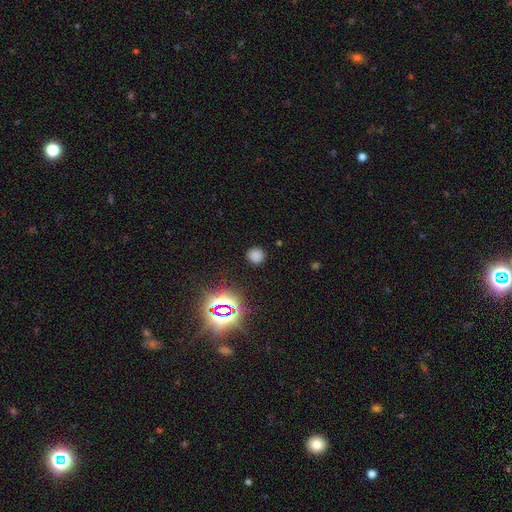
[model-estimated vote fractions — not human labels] smooth 70%, star or artifact 24%, featured or disk 5%. Down the decision tree: how rounded — round (90%); merging — none (87%).